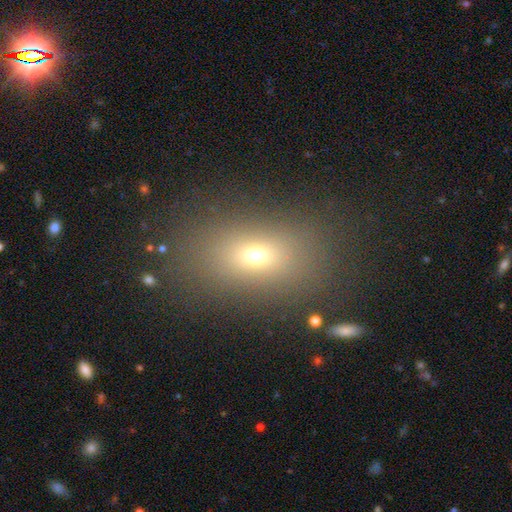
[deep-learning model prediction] Morphology: type=smooth (64%); roundness=in between (74%); merging=none (82%).